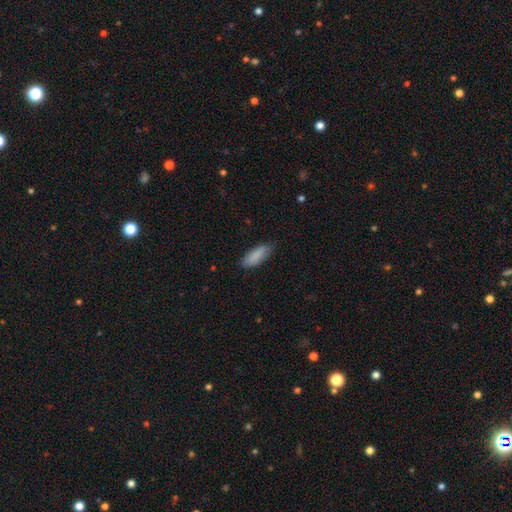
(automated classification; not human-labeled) Morphology: type=smooth (88%); roundness=in between (68%); merging=none (76%).